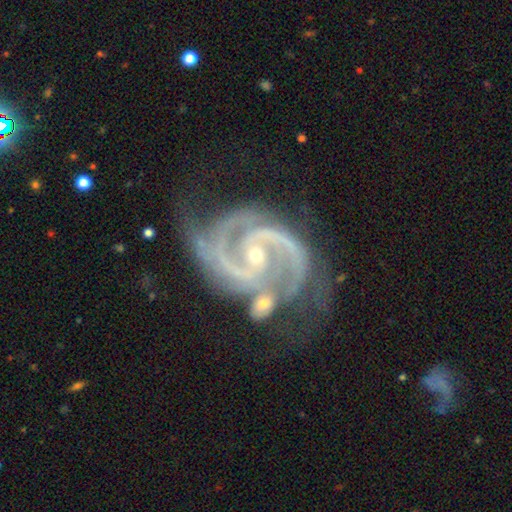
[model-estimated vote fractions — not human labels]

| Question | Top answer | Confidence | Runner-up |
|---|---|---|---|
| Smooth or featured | featured or disk | 93% | star or artifact (5%) |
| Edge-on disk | no | 98% | yes (2%) |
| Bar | no | 49% | weak (33%) |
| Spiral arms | yes | 99% | no (1%) |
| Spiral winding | medium | 53% | tight (38%) |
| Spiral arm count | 2 | 77% | 3 (11%) |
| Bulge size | small | 71% | moderate (26%) |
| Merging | none | 43% | minor disturbance (24%) |